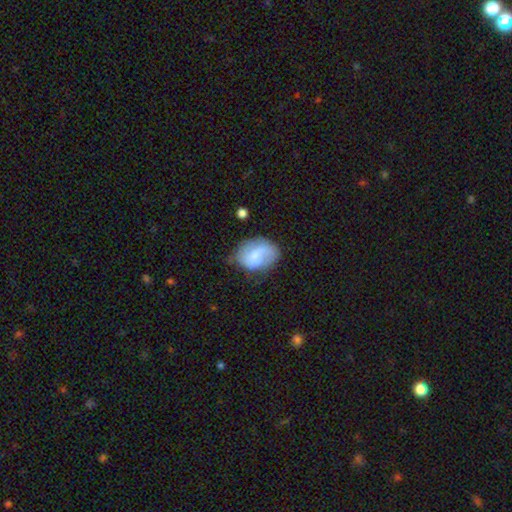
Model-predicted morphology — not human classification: Overall: smooth (55%; featured or disk 37%). How rounded: in between (69%; round 30%). Merging: none (49%; minor disturbance 32%).